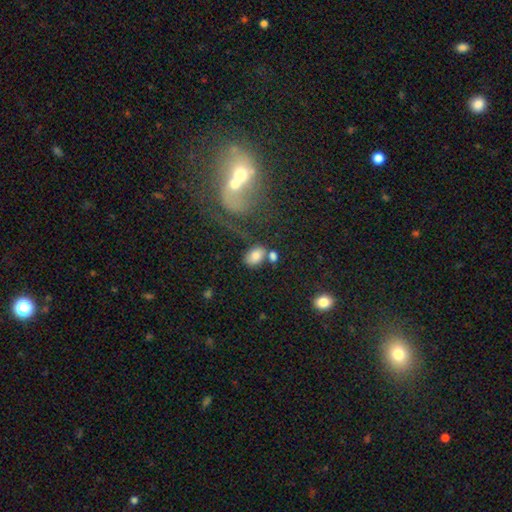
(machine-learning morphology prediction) Smooth or featured? smooth (79%)
How rounded? in between (86%)
Merging? none (53%)